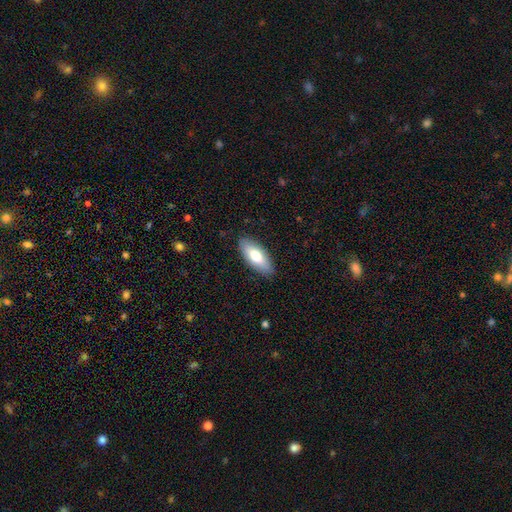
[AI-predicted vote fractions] Smooth or featured?
  - smooth: 74% *
  - featured or disk: 20%
  - star or artifact: 6%
How rounded?
  - in between: 80% *
  - cigar-shaped: 18%
  - round: 2%
Merging?
  - none: 87% *
  - minor disturbance: 10%
  - major disturbance: 2%
  - merger: 1%